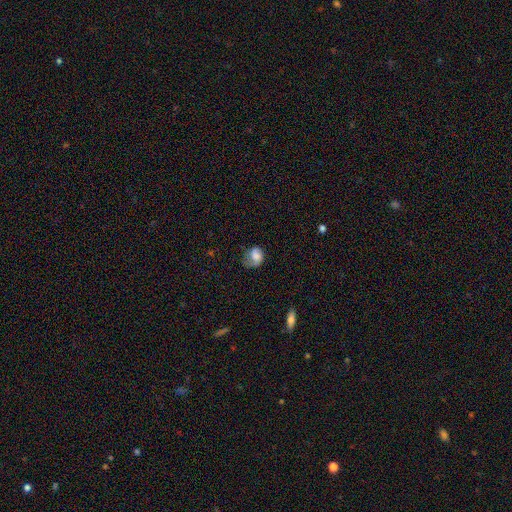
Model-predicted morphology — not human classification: Smooth or featured: smooth — 69% (featured or disk — 22%)
How rounded: round — 50% (in between — 49%)
Merging: none — 38% (minor disturbance — 34%)